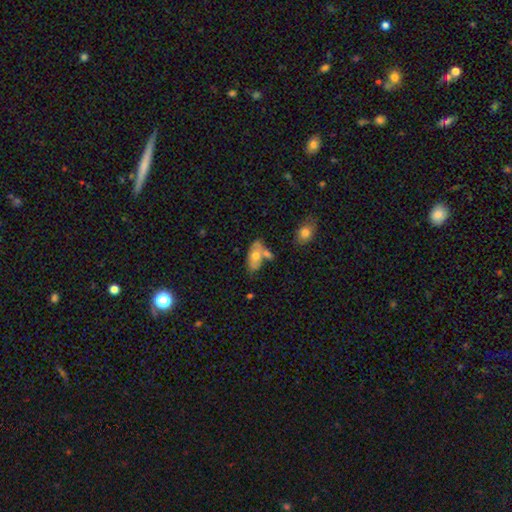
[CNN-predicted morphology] Q: Smooth or featured?
A: smooth (60%); runner-up: featured or disk (33%)
Q: How rounded?
A: in between (90%); runner-up: cigar-shaped (6%)
Q: Merging?
A: none (45%); runner-up: merger (30%)